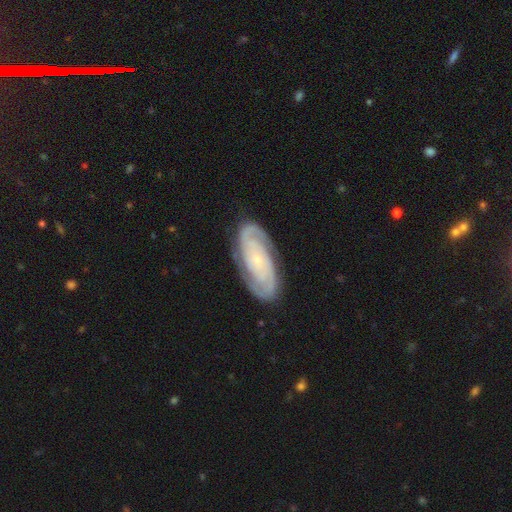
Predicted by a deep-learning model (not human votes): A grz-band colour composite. It shows a featured or disk galaxy (79%) with no bar (66%), 2 (55%) tight (68%) spiral arms (96%) and a small central bulge (71%). Merging: none (85%).